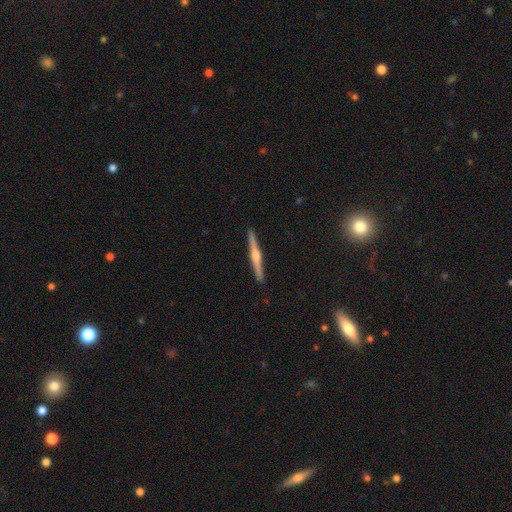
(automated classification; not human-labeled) Morphology: type=featured or disk (76%); edge-on=yes (98%); edge-on bulge=rounded (89%); merging=none (92%).